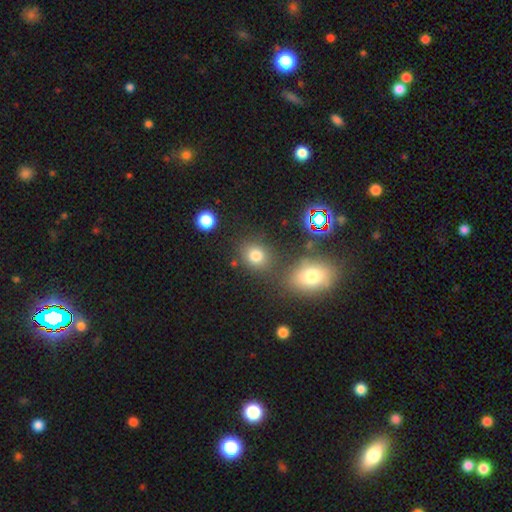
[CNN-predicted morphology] Smooth or featured? smooth (75%)
How rounded? round (69%)
Merging? none (74%)